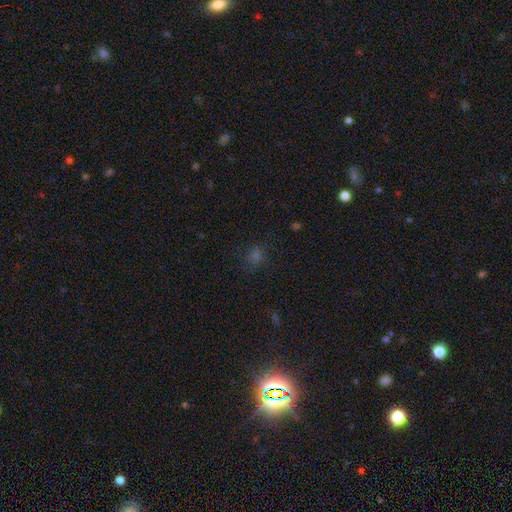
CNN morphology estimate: Smooth or featured: smooth — 51% (star or artifact — 40%)
How rounded: round — 63% (in between — 35%)
Merging: none — 79% (minor disturbance — 13%)